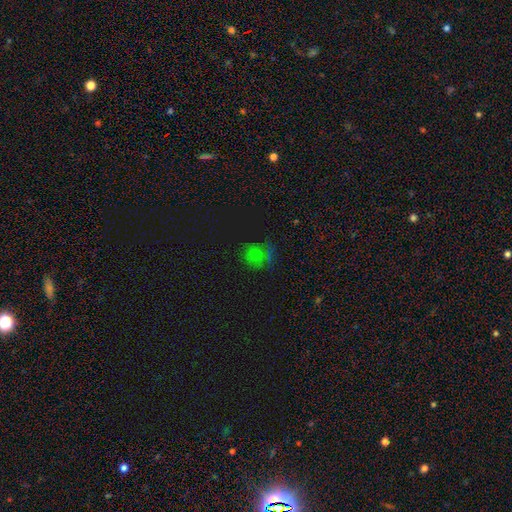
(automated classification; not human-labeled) smooth 52%, star or artifact 37%, featured or disk 11%. Down the decision tree: how rounded — round (84%); merging — none (66%).